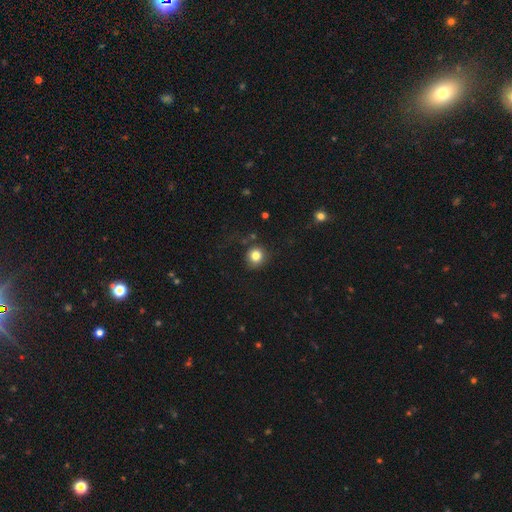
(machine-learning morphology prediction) Q: Smooth or featured?
A: smooth (81%); runner-up: star or artifact (12%)
Q: How rounded?
A: round (87%); runner-up: in between (12%)
Q: Merging?
A: none (79%); runner-up: minor disturbance (13%)